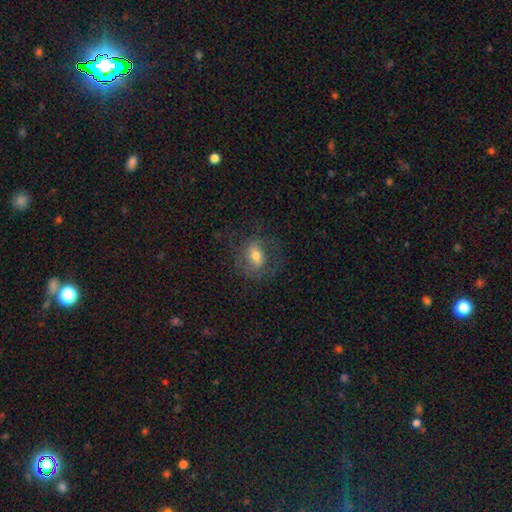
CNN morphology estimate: type=featured or disk (52%); edge-on=no (94%); merging=none (67%).